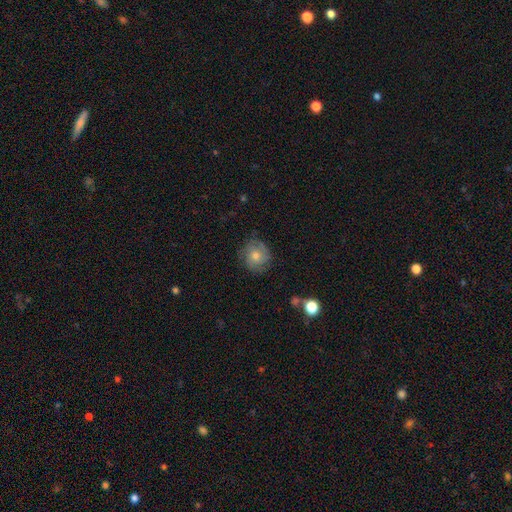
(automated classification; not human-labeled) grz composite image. It shows a featured or disk galaxy (47%). Merging: none (78%).